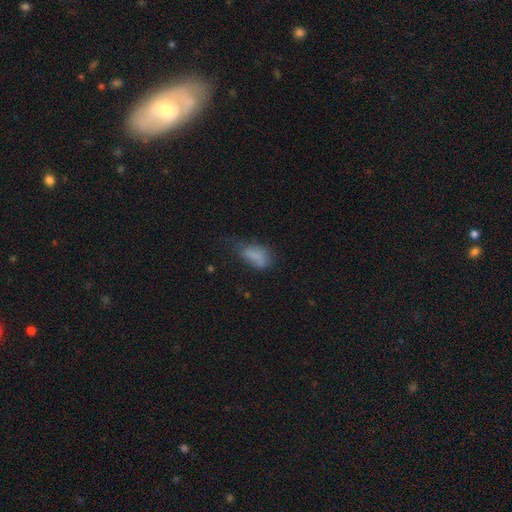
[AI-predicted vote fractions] Smooth or featured?
  - smooth: 75% *
  - featured or disk: 14%
  - star or artifact: 12%
How rounded?
  - in between: 87% *
  - cigar-shaped: 8%
  - round: 5%
Merging?
  - minor disturbance: 35% *
  - major disturbance: 31%
  - none: 30%
  - merger: 5%